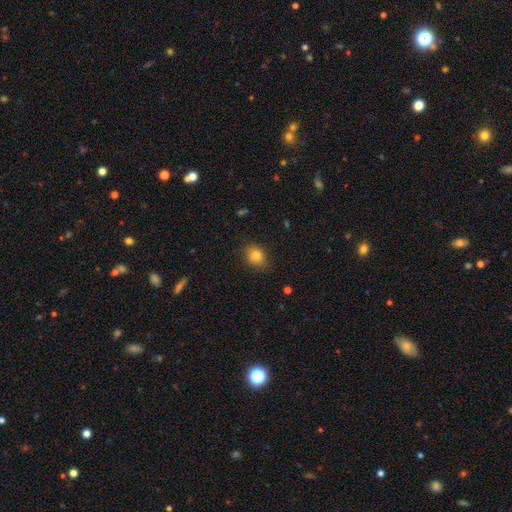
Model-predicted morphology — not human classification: This appears to be a smooth galaxy with no disk features (81%) that is round (56%). Merging: none (83%).